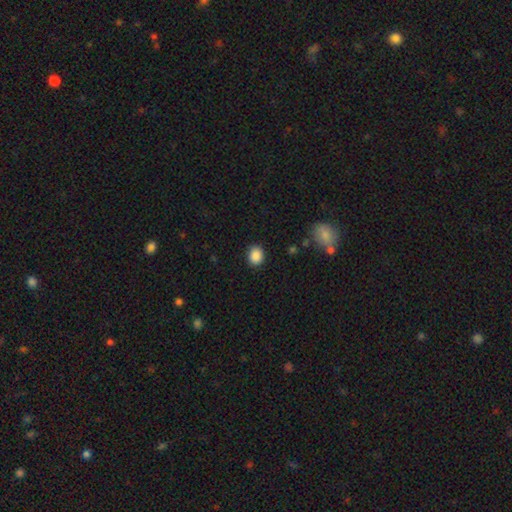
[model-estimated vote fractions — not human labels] A smooth galaxy with no disk features (88%) that is round (64%).

Vote fractions:
- Smooth or featured? smooth: 88% / star or artifact: 8% / featured or disk: 3%
- How rounded? round: 64% / in between: 35% / cigar-shaped: 1%
- Merging? none: 88% / minor disturbance: 8% / major disturbance: 2% / merger: 1%